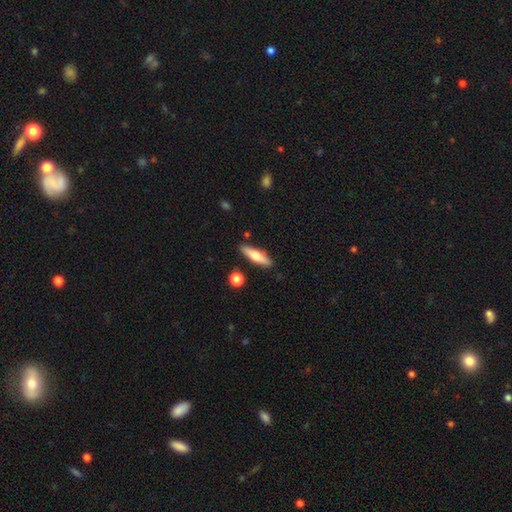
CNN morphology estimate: The model was most divided on "smooth or featured": smooth: 58%, featured or disk: 36%, star or artifact: 6%. More confident: merging — none (86%); how rounded — cigar-shaped (68%).